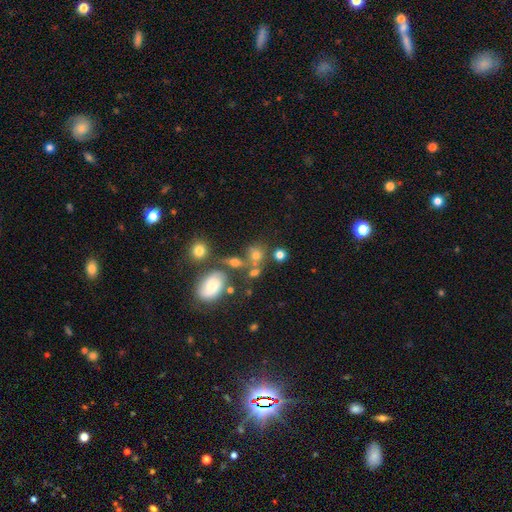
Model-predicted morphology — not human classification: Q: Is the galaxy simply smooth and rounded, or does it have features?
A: star or artifact — 46%.